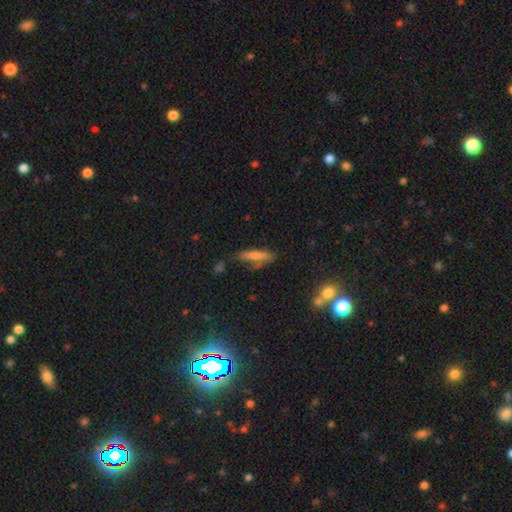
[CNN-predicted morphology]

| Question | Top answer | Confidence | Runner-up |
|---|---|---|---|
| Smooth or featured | smooth | 58% | featured or disk (31%) |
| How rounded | cigar-shaped | 78% | in between (20%) |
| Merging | none | 65% | minor disturbance (22%) |